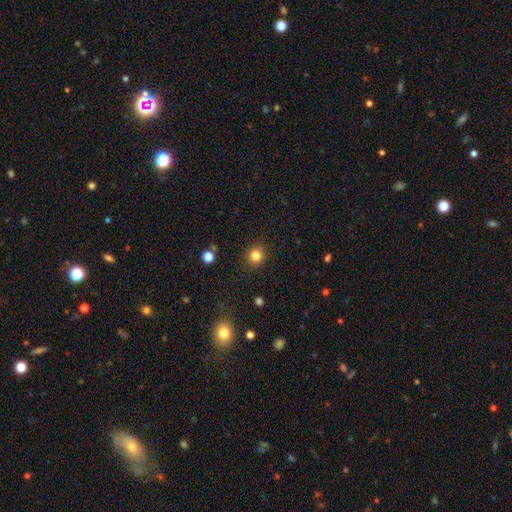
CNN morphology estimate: type=smooth (83%); roundness=round (86%); merging=none (89%).